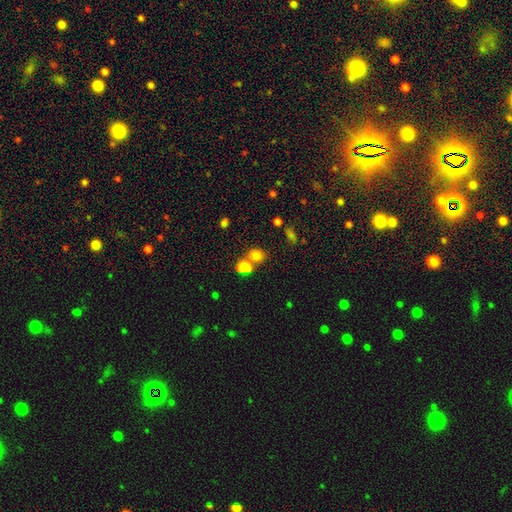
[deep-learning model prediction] Overall: smooth (78%). How rounded: round (70%). Merging: none (57%; merger 31%).